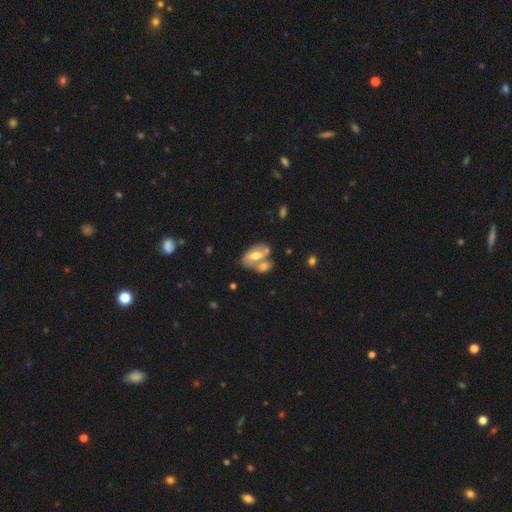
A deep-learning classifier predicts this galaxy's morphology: Smooth or featured: smooth — 47% (featured or disk — 46%)
Merging: merger — 46% (none — 36%)